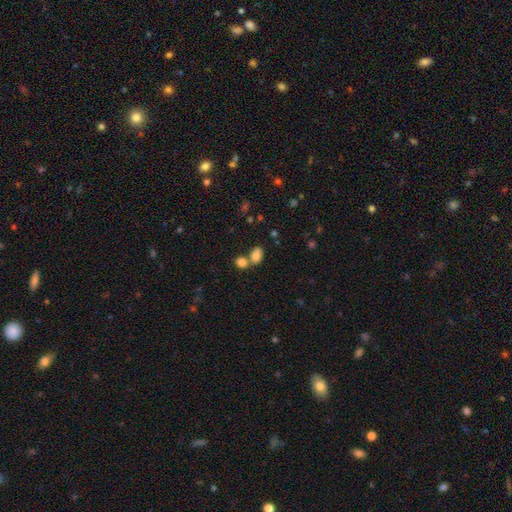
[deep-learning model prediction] The model was most divided on "merging": merger: 44%, none: 42%, minor disturbance: 10%, major disturbance: 4%. More confident: smooth or featured — smooth (81%); how rounded — in between (78%).